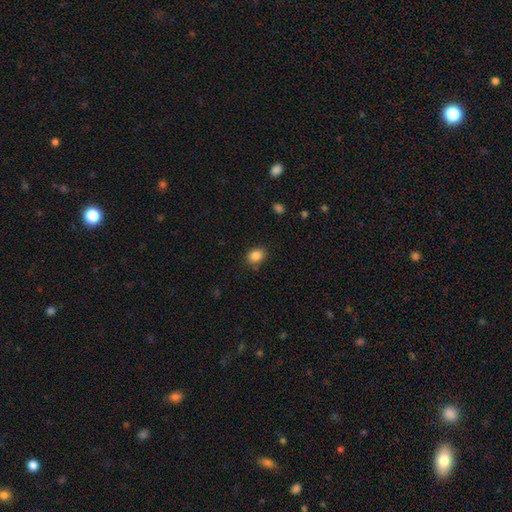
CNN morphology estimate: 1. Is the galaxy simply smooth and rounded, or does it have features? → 85% smooth, 10% star or artifact, 5% featured or disk.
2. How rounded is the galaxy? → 56% in between, 43% round, 1% cigar-shaped.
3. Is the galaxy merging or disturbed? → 82% none, 13% minor disturbance, 3% major disturbance, 2% merger.